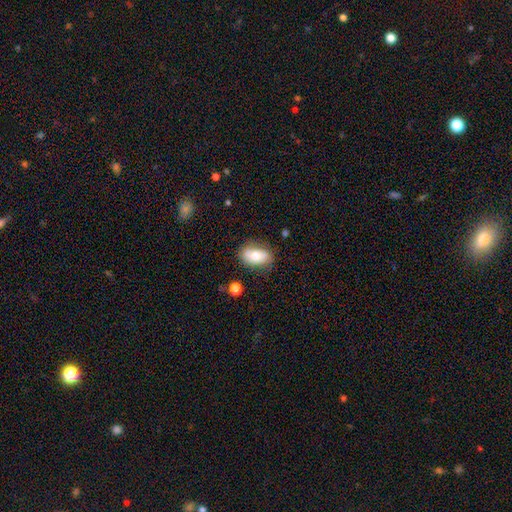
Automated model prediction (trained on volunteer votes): Morphology: type=smooth (66%); roundness=in between (89%); merging=none (74%).